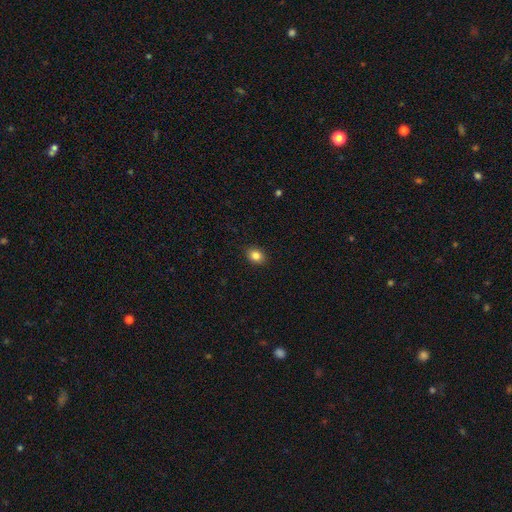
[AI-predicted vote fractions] Overall: smooth (85%). How rounded: in between (59%; round 40%). Merging: none (90%).